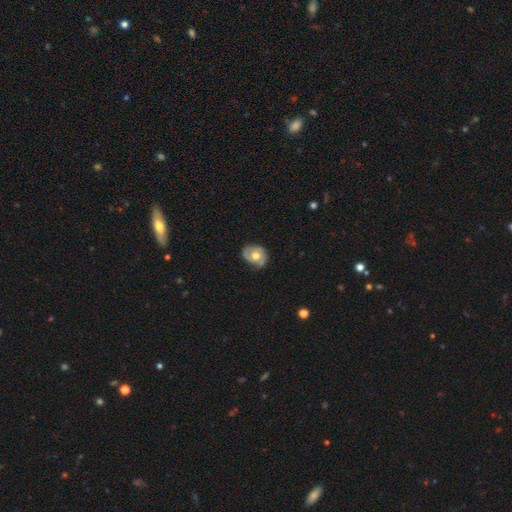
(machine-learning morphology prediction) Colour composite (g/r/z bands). It shows a featured or disk galaxy (52%). Merging: none (65%).